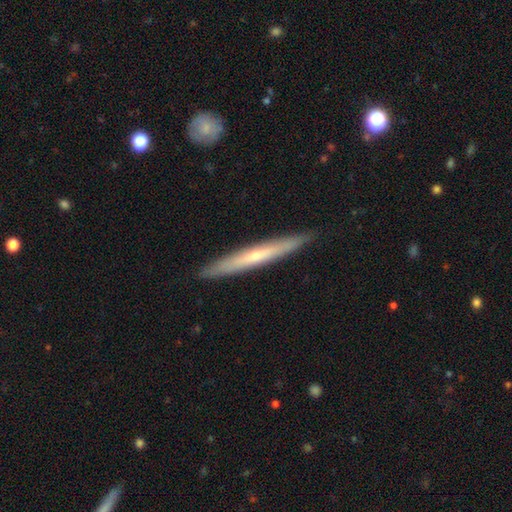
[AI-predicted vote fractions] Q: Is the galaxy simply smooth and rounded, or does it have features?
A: featured or disk — 54%.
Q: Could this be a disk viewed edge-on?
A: yes — 93%.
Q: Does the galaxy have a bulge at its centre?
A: none — 51%.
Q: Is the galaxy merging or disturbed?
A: none — 90%.